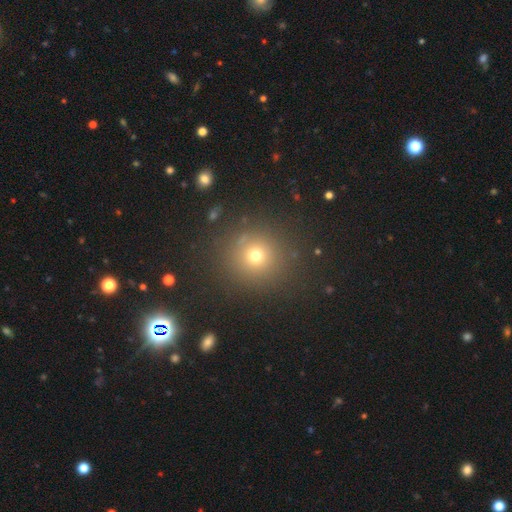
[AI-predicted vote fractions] Smooth or featured? smooth (70%)
How rounded? round (91%)
Merging? none (86%)